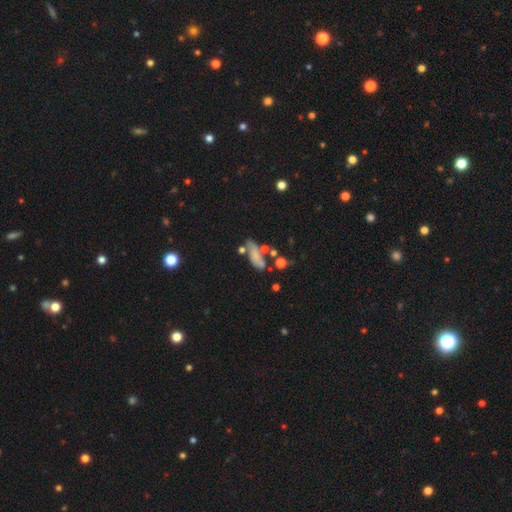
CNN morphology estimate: Overall: smooth (66%). How rounded: in between (65%; cigar-shaped 30%). Merging: none (47%; minor disturbance 23%).